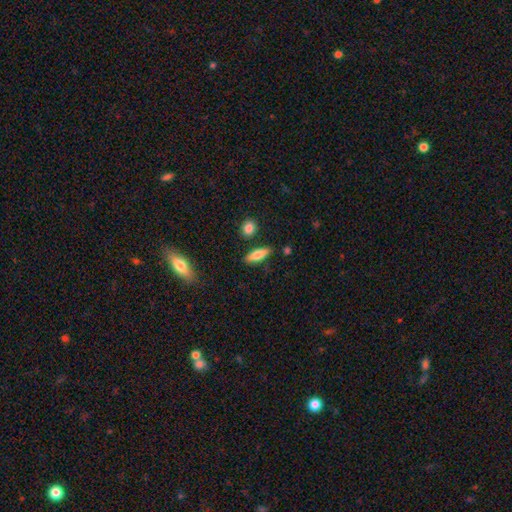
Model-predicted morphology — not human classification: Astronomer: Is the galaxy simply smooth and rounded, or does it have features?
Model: smooth — 74%.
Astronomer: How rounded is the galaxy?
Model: cigar-shaped — 52% (runner-up: in between, 46%).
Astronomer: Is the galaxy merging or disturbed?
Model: none — 84%.